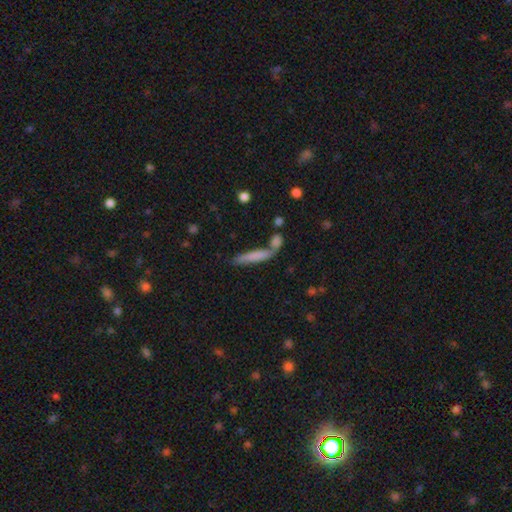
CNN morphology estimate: A smooth galaxy with no disk features (71%) that is cigar-shaped (87%).

Vote fractions:
- Smooth or featured? smooth: 71% / featured or disk: 21% / star or artifact: 8%
- How rounded? cigar-shaped: 87% / in between: 11% / round: 2%
- Merging? none: 55% / merger: 25% / minor disturbance: 14% / major disturbance: 6%